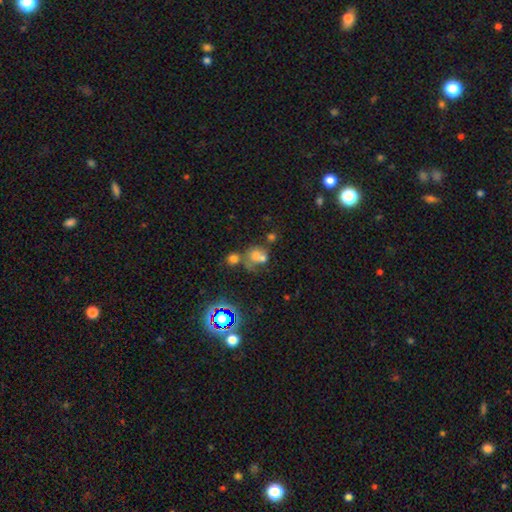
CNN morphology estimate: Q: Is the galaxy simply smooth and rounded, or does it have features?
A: smooth — 53%.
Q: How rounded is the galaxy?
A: round — 67%.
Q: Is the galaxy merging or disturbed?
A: merger — 45%.